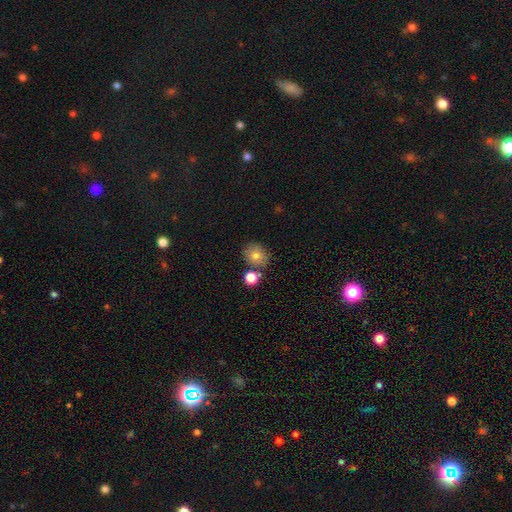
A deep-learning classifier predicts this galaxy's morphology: This appears to be a smooth galaxy with no disk features (77%) that is round (64%). Merging: none (71%).